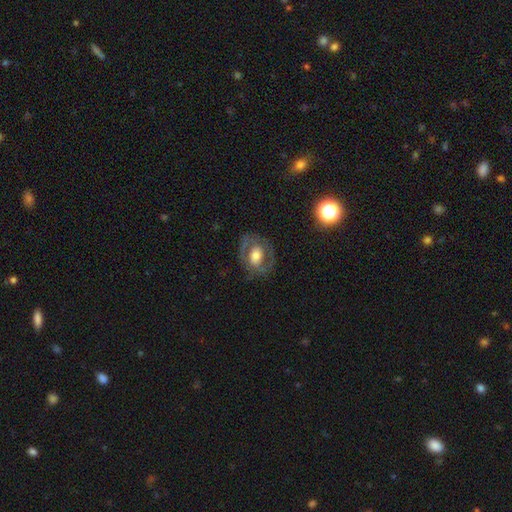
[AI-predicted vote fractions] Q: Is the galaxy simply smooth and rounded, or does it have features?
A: featured or disk — 63%.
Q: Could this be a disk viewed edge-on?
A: no — 95%.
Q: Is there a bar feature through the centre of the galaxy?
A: no — 55%.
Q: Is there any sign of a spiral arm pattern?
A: yes — 60%.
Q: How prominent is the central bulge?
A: moderate — 54%.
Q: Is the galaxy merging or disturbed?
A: none — 74%.